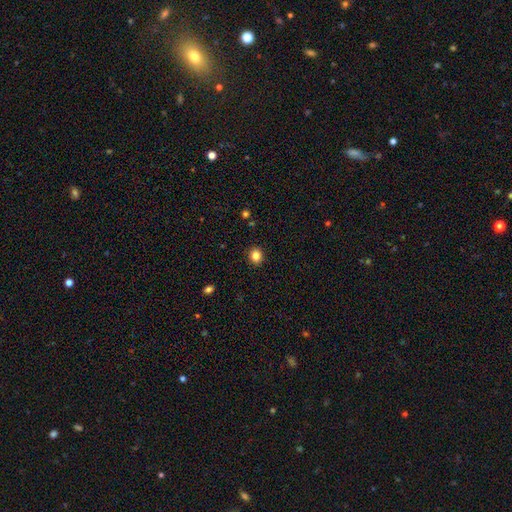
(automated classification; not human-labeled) Smooth or featured: smooth — 83% (star or artifact — 11%)
How rounded: round — 76% (in between — 23%)
Merging: none — 91% (minor disturbance — 6%)